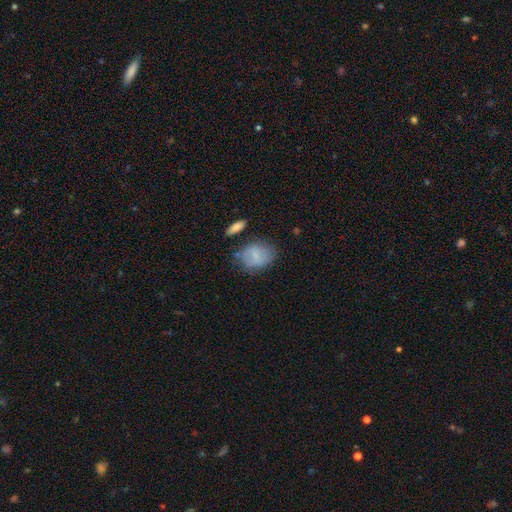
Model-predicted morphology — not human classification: Smooth or featured: smooth — 72% (featured or disk — 20%)
How rounded: in between — 64% (round — 34%)
Merging: none — 63% (minor disturbance — 23%)